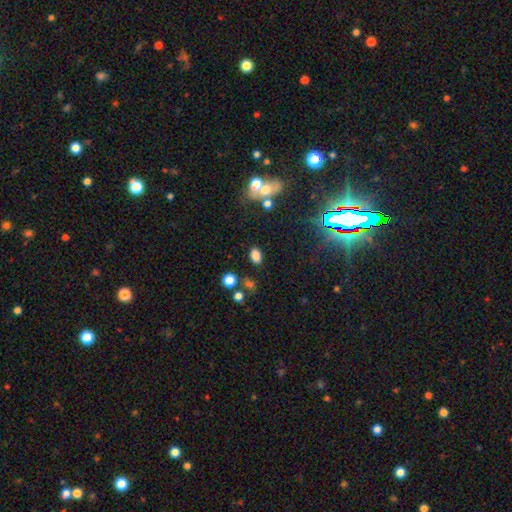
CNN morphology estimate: The model was most divided on "smooth or featured": smooth: 79%, star or artifact: 14%, featured or disk: 6%. More confident: how rounded — in between (87%); merging — none (81%).